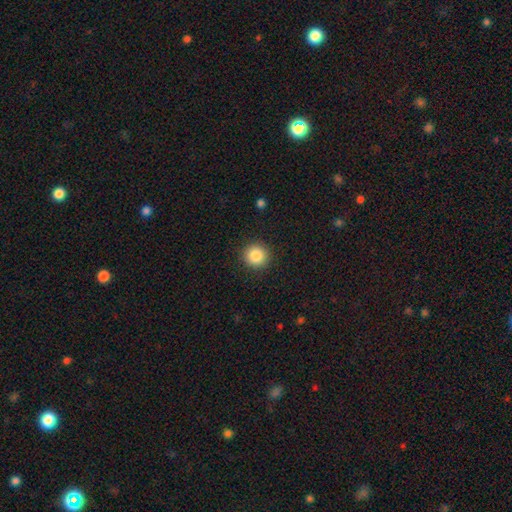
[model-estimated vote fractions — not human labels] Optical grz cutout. It shows a smooth galaxy with no disk features (86%) that is round (94%). Merging: none (91%).